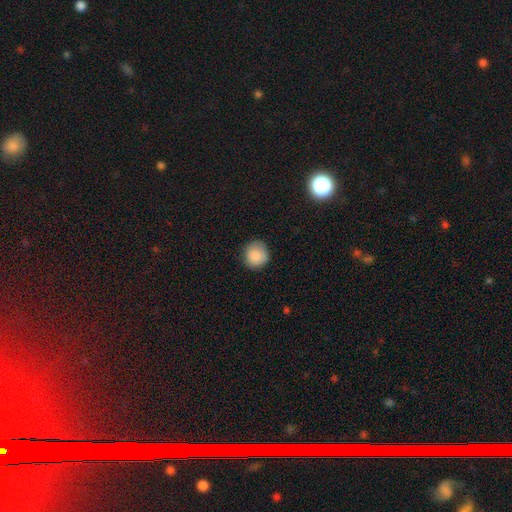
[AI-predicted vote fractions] Q: Smooth or featured?
A: smooth (88%); runner-up: star or artifact (8%)
Q: How rounded?
A: round (92%); runner-up: in between (7%)
Q: Merging?
A: none (85%); runner-up: minor disturbance (11%)